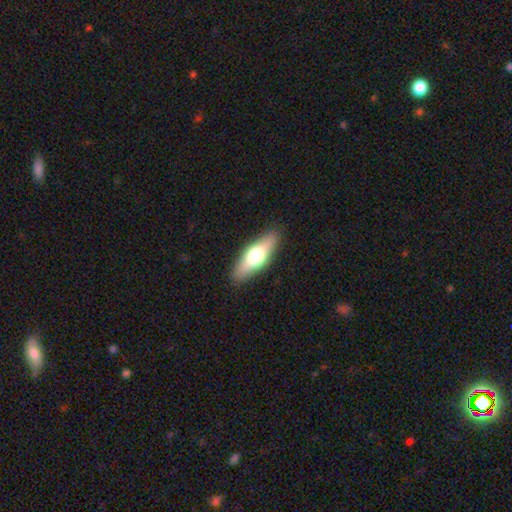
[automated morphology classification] Smooth or featured?
  - smooth: 55% *
  - featured or disk: 39%
  - star or artifact: 6%
How rounded?
  - in between: 54% *
  - cigar-shaped: 43%
  - round: 3%
Merging?
  - none: 88% *
  - minor disturbance: 9%
  - major disturbance: 2%
  - merger: 1%